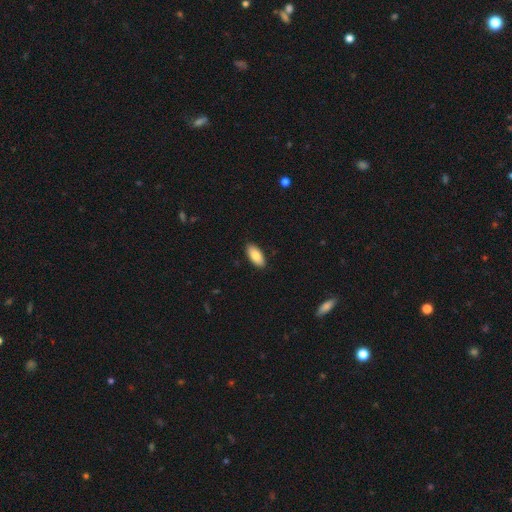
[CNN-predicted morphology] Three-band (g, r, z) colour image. It shows a smooth galaxy with no disk features (85%) that is in between round and cigar-shaped (90%). Merging: none (89%).